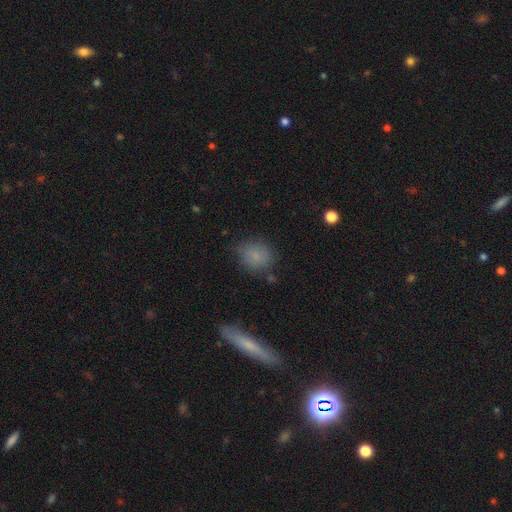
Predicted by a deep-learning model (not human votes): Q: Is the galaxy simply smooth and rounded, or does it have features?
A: smooth — 79%.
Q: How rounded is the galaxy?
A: round — 66%.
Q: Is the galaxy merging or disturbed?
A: none — 74%.